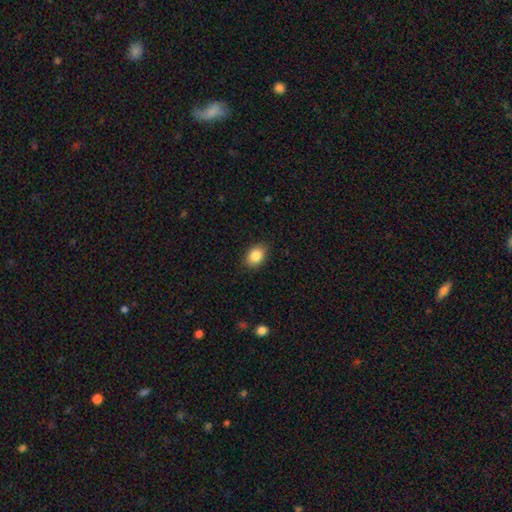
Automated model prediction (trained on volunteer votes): Q: Smooth or featured?
A: smooth (86%); runner-up: star or artifact (8%)
Q: How rounded?
A: in between (77%); runner-up: round (22%)
Q: Merging?
A: none (87%); runner-up: minor disturbance (10%)